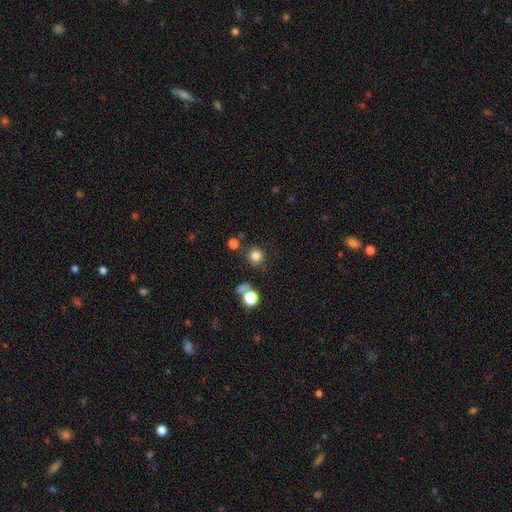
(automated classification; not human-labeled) A smooth galaxy with no disk features (80%) that is round (91%). Merging: none (79%).